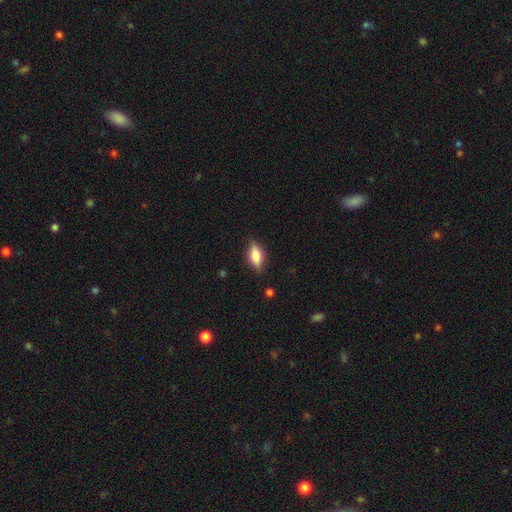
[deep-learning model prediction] A smooth galaxy with no disk features (65%) that is in between round and cigar-shaped (74%).

Vote fractions:
- Smooth or featured? smooth: 65% / featured or disk: 27% / star or artifact: 8%
- How rounded? in between: 74% / cigar-shaped: 21% / round: 4%
- Merging? none: 80% / minor disturbance: 15% / major disturbance: 3% / merger: 1%